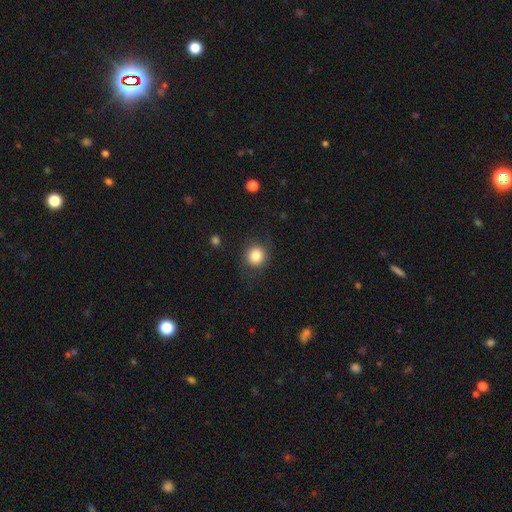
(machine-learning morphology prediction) A smooth galaxy with no disk features (84%) that is round (90%).

Vote fractions:
- Smooth or featured? smooth: 84% / star or artifact: 10% / featured or disk: 6%
- How rounded? round: 90% / in between: 9% / cigar-shaped: 1%
- Merging? none: 86% / minor disturbance: 9% / major disturbance: 4% / merger: 1%